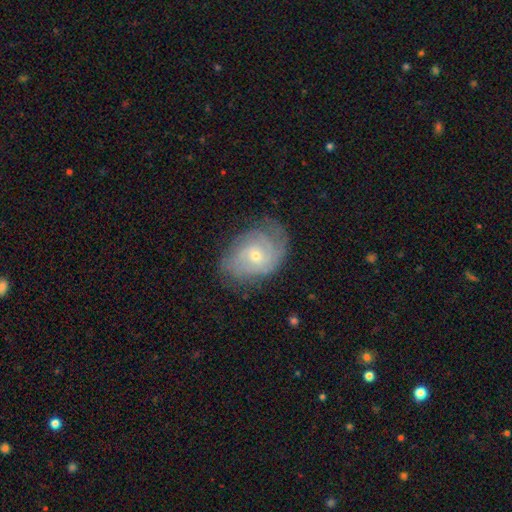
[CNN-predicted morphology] smooth_or_featured: featured or disk (p=0.77) [alt: smooth p=0.17]
disk_edge_on: no (p=0.97) [alt: yes p=0.03]
bar: no (p=0.70) [alt: weak p=0.26]
has_spiral_arms: yes (p=0.92) [alt: no p=0.08]
spiral_winding: tight (p=0.61) [alt: medium p=0.29]
spiral_arm_count: can't tell (p=0.38) [alt: 2 p=0.27]
bulge_size: small (p=0.63) [alt: moderate p=0.34]
merging: none (p=0.69) [alt: minor disturbance p=0.21]